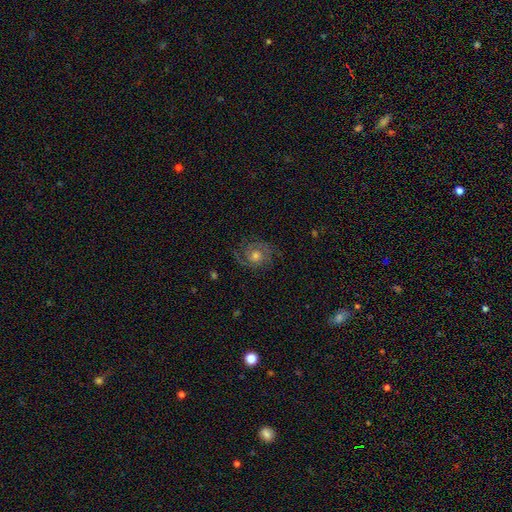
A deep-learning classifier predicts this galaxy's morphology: smooth_or_featured: featured or disk (p=0.74) [alt: smooth p=0.16]
disk_edge_on: no (p=0.97) [alt: yes p=0.03]
bar: no (p=0.74) [alt: weak p=0.22]
has_spiral_arms: yes (p=0.93) [alt: no p=0.07]
spiral_winding: tight (p=0.49) [alt: medium p=0.40]
spiral_arm_count: 2 (p=0.71) [alt: can't tell p=0.12]
bulge_size: moderate (p=0.64) [alt: small p=0.22]
merging: none (p=0.77) [alt: minor disturbance p=0.15]